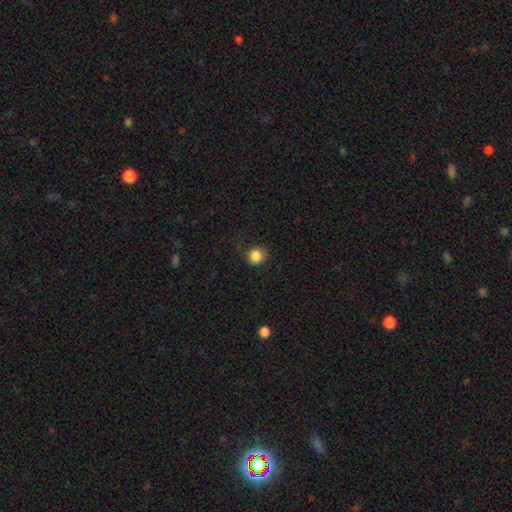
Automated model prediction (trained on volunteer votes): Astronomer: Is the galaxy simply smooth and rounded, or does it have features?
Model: smooth — 86%.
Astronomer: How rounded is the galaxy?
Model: round — 86%.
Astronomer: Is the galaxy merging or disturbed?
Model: none — 75%.